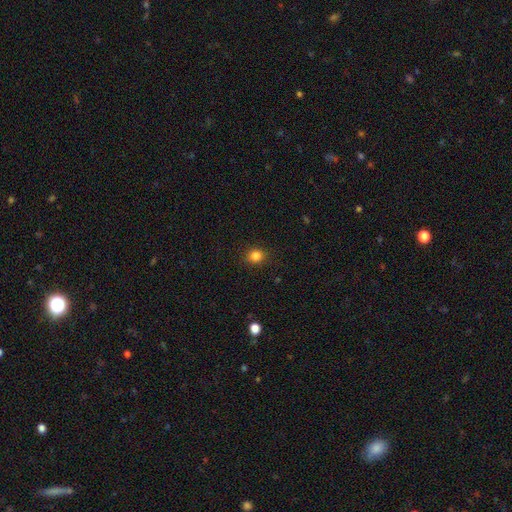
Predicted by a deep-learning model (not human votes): Q: Smooth or featured?
A: smooth (84%); runner-up: star or artifact (12%)
Q: How rounded?
A: round (81%); runner-up: in between (18%)
Q: Merging?
A: none (88%); runner-up: minor disturbance (9%)